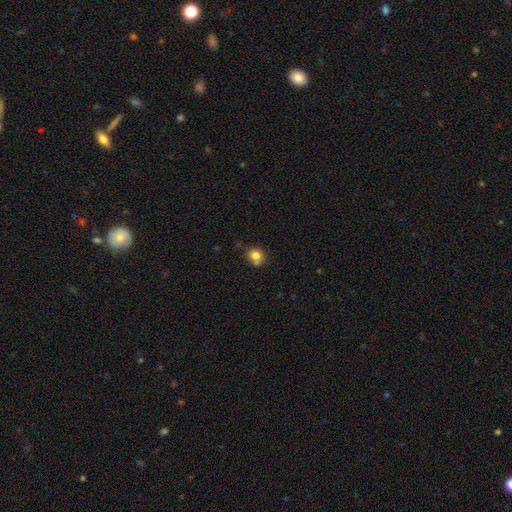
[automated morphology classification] Smooth or featured?
  - smooth: 80% *
  - star or artifact: 11%
  - featured or disk: 9%
How rounded?
  - round: 74% *
  - in between: 25%
  - cigar-shaped: 1%
Merging?
  - none: 58% *
  - minor disturbance: 21%
  - merger: 15%
  - major disturbance: 5%